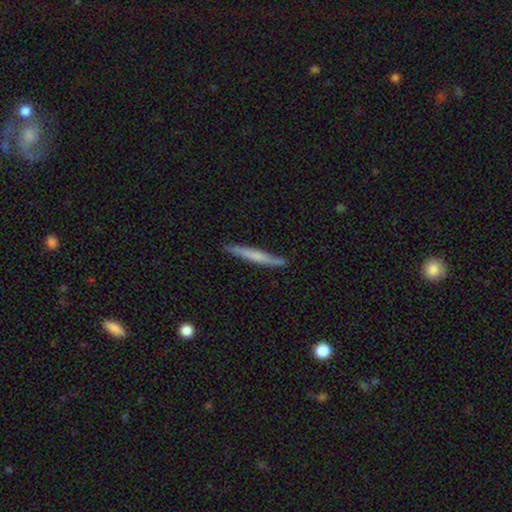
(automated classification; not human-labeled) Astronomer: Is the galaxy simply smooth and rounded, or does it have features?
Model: smooth — 57% (runner-up: featured or disk, 37%).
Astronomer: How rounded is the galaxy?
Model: cigar-shaped — 96%.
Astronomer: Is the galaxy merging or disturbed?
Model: none — 85%.